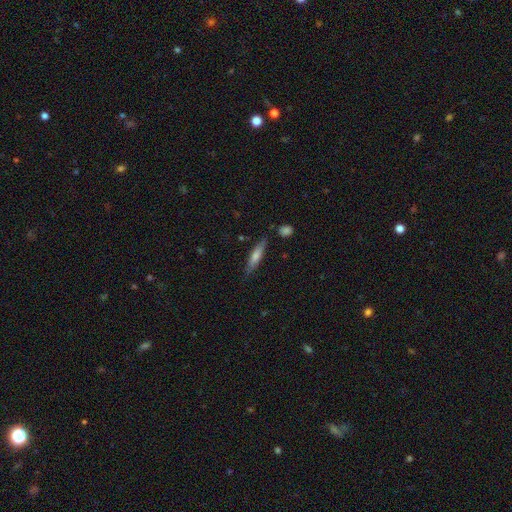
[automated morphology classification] smooth_or_featured: smooth (p=0.61) [alt: featured or disk p=0.32]
how_rounded: cigar-shaped (p=0.83) [alt: in between p=0.15]
merging: none (p=0.82) [alt: minor disturbance p=0.12]